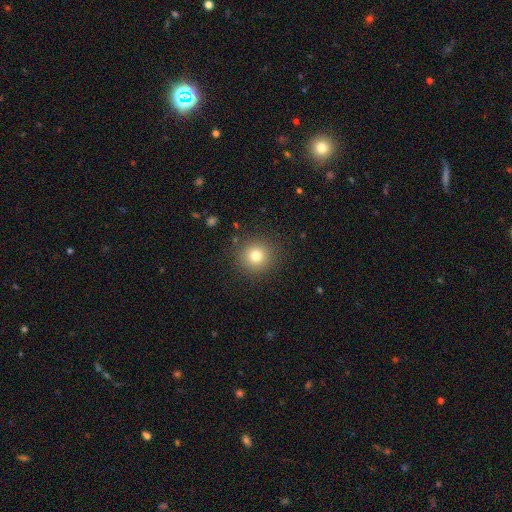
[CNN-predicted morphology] A smooth galaxy with no disk features (78%) that is round (94%).

Vote fractions:
- Smooth or featured? smooth: 78% / star or artifact: 14% / featured or disk: 9%
- How rounded? round: 94% / in between: 6% / cigar-shaped: 1%
- Merging? none: 89% / minor disturbance: 7% / major disturbance: 3% / merger: 1%